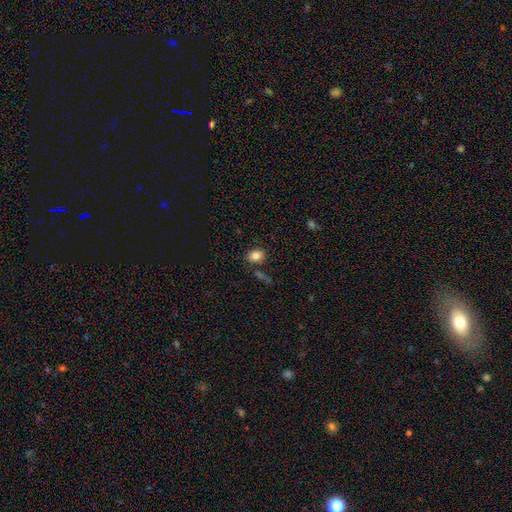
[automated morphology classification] type=smooth (84%); roundness=in between (63%); merging=none (77%).